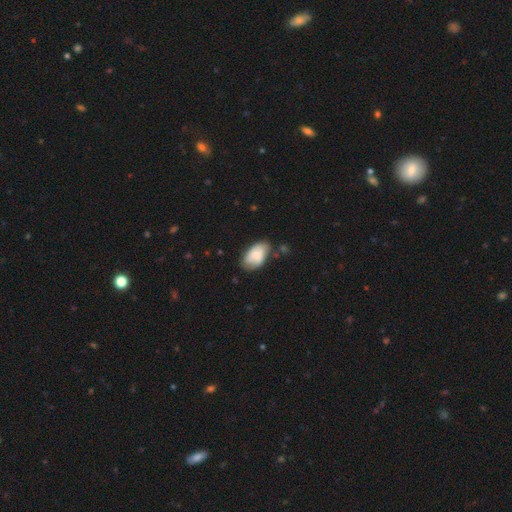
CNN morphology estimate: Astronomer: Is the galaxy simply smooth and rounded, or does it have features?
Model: smooth — 64%.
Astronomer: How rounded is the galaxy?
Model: in between — 93%.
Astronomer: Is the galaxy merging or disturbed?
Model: none — 62%.